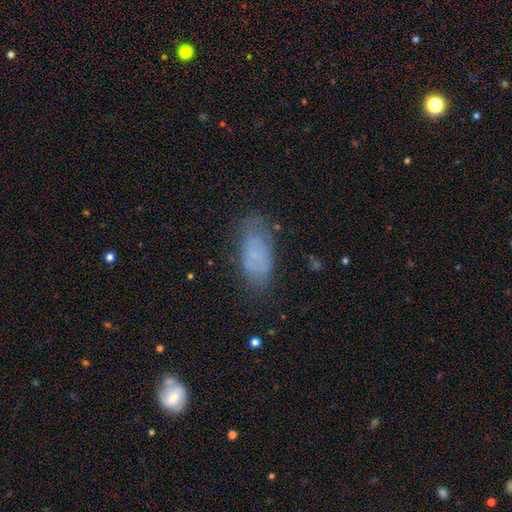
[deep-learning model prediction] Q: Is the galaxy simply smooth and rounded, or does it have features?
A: smooth — 67%.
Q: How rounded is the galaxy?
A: in between — 90%.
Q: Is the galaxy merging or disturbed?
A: none — 68%.